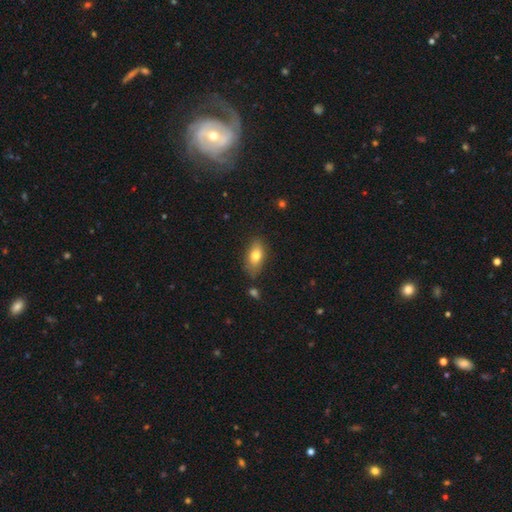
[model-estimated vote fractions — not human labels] This is likely a smooth galaxy (76%). How rounded: clearly in between (85%). Merging: likely none (79%).